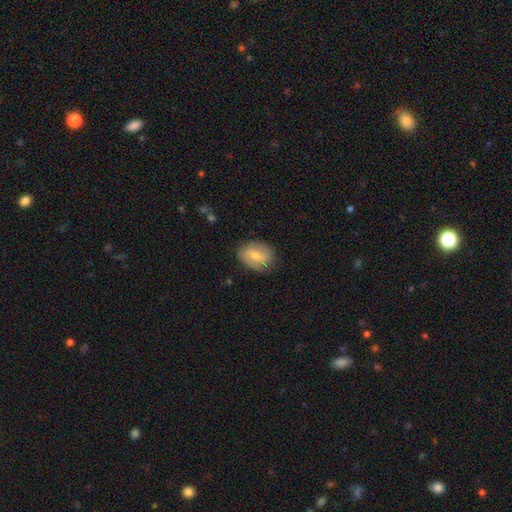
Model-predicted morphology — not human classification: Smooth or featured?
  - smooth: 54% *
  - featured or disk: 39%
  - star or artifact: 7%
How rounded?
  - in between: 70% *
  - round: 28%
  - cigar-shaped: 2%
Merging?
  - none: 75% *
  - minor disturbance: 18%
  - major disturbance: 5%
  - merger: 1%